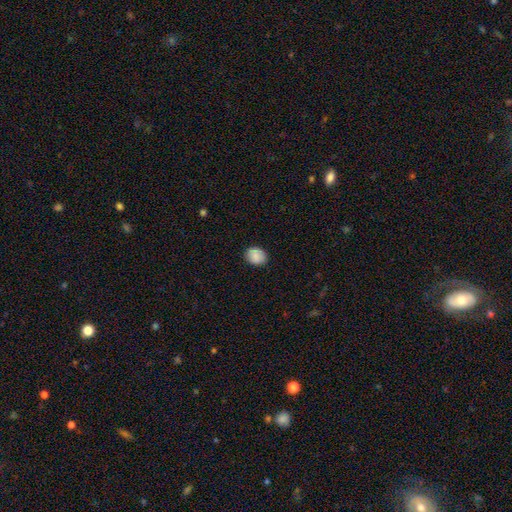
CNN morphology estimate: Smooth or featured?
  - smooth: 86% *
  - star or artifact: 8%
  - featured or disk: 7%
How rounded?
  - round: 56% *
  - in between: 44%
  - cigar-shaped: 1%
Merging?
  - none: 87% *
  - minor disturbance: 10%
  - major disturbance: 2%
  - merger: 1%